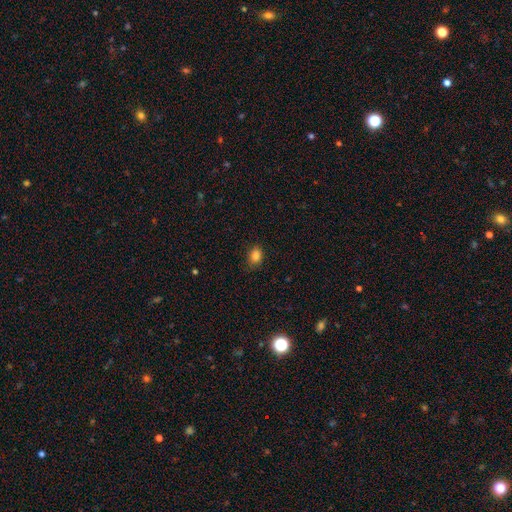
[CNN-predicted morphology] Smooth or featured? smooth (84%)
How rounded? in between (72%)
Merging? none (80%)